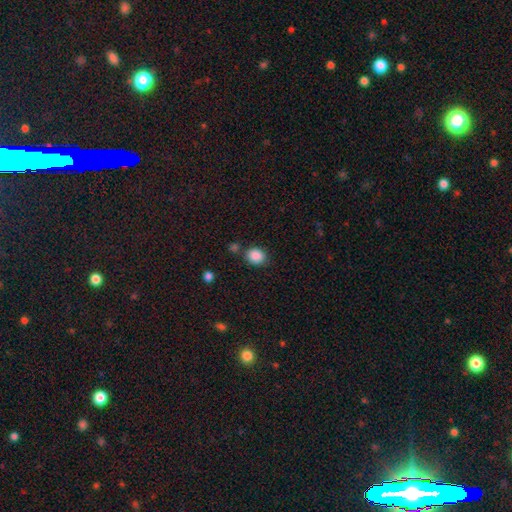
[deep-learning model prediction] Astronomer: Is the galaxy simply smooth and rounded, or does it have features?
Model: smooth — 88%.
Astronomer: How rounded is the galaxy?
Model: round — 62% (runner-up: in between, 38%).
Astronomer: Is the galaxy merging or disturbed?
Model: none — 76%.